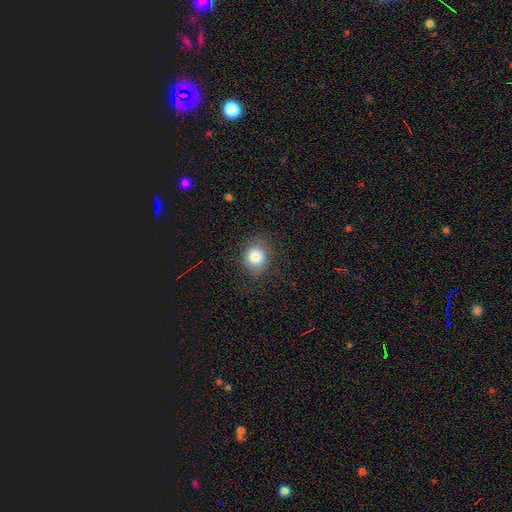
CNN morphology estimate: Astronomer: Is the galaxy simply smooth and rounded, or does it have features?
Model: smooth — 82%.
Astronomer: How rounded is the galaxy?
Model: round — 71%.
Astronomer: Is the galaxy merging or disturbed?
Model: none — 80%.